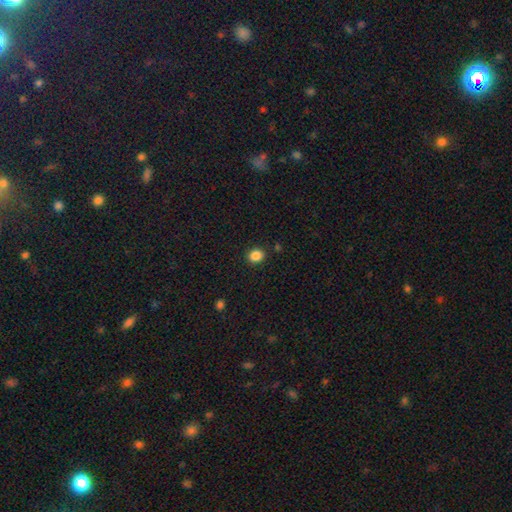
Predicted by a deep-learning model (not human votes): A smooth galaxy with no disk features (86%) that is round (74%). Merging: none (89%).